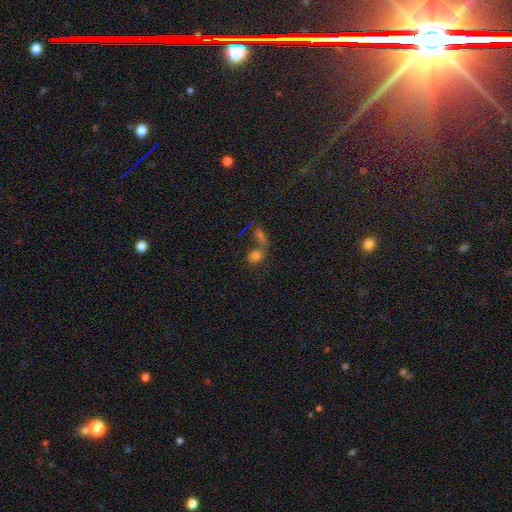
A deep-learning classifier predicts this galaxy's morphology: smooth-or-featured: smooth: 68% | star or artifact: 21% | featured or disk: 11%
  how-rounded: in between: 65% | round: 30% | cigar-shaped: 5%
  merging: merger: 52% | none: 31% | minor disturbance: 9% | major disturbance: 8%